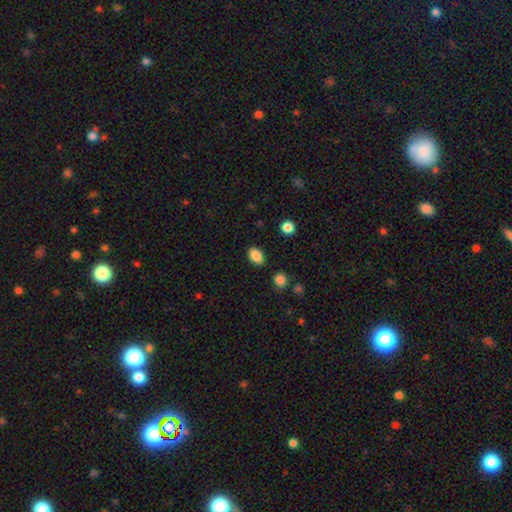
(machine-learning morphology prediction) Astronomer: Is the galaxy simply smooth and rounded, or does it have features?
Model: smooth — 87%.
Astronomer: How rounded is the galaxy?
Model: in between — 84%.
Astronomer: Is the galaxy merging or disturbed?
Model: none — 85%.